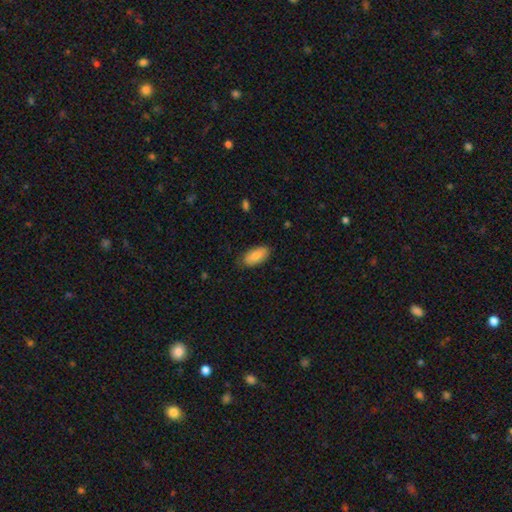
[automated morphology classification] smooth_or_featured: smooth (p=0.85) [alt: featured or disk p=0.09]
how_rounded: in between (p=0.91) [alt: cigar-shaped p=0.07]
merging: none (p=0.78) [alt: minor disturbance p=0.17]